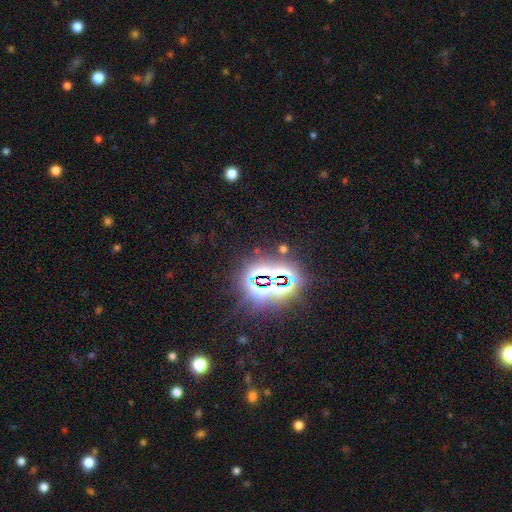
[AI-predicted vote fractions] Smooth or featured? Predicted: star or artifact (p=0.84).